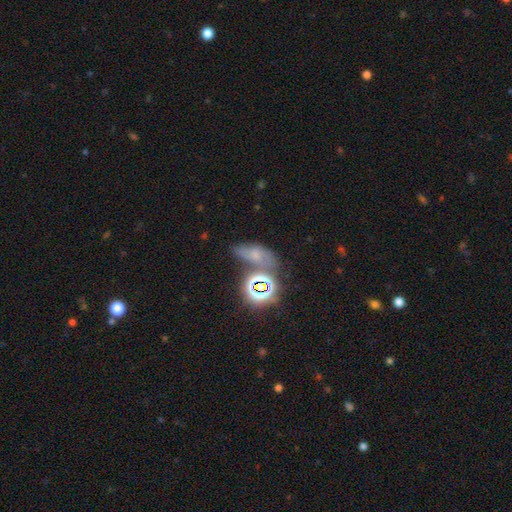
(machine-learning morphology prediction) type=smooth (40%); merging=none (47%).